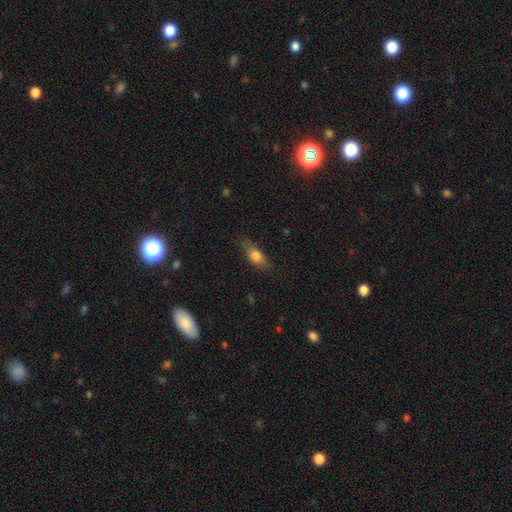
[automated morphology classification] Smooth or featured? smooth (73%)
How rounded? in between (68%)
Merging? none (80%)